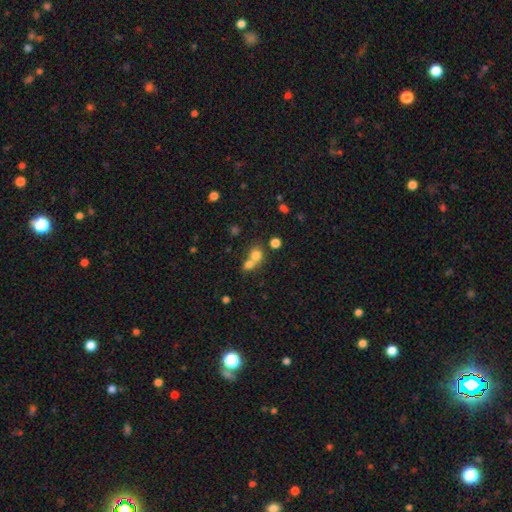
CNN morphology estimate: This is likely a smooth galaxy (74%). How rounded: likely round (74%). Merging: likely merger (60%).